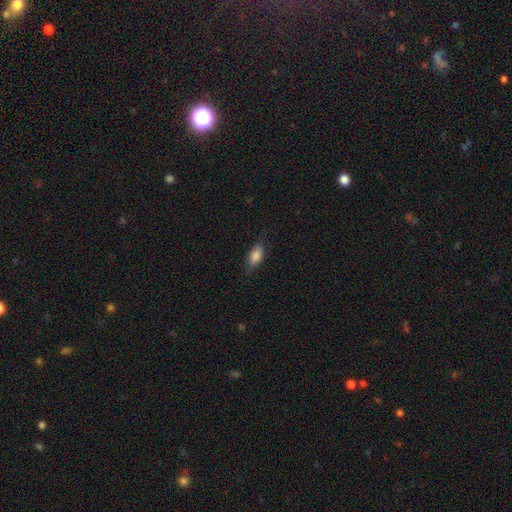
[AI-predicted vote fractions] smooth 86%, featured or disk 7%, star or artifact 7%. Down the decision tree: how rounded — in between (89%); merging — none (78%).